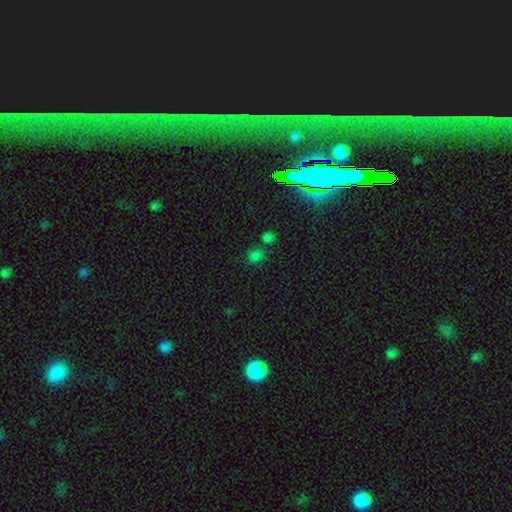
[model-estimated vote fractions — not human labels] This appears to be a smooth galaxy with no disk features (67%) that is round (75%). Merging: none (70%).